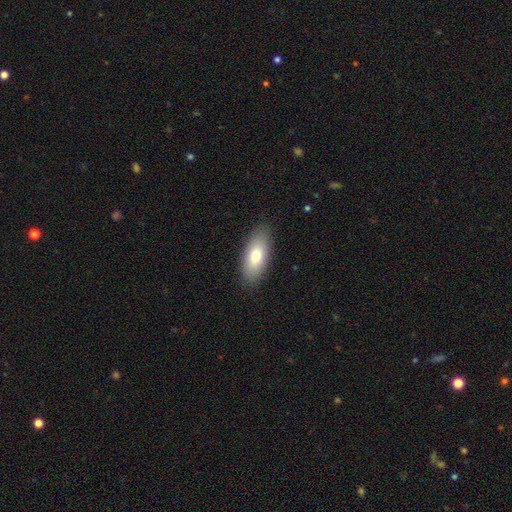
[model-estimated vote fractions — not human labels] Smooth or featured: smooth — 78% (featured or disk — 15%)
How rounded: in between — 83% (cigar-shaped — 15%)
Merging: none — 87% (minor disturbance — 10%)